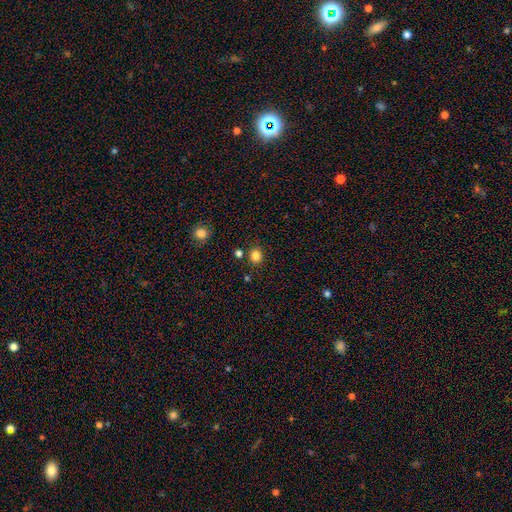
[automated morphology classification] smooth 83%, star or artifact 13%, featured or disk 4%. Down the decision tree: how rounded — round (80%); merging — none (82%).